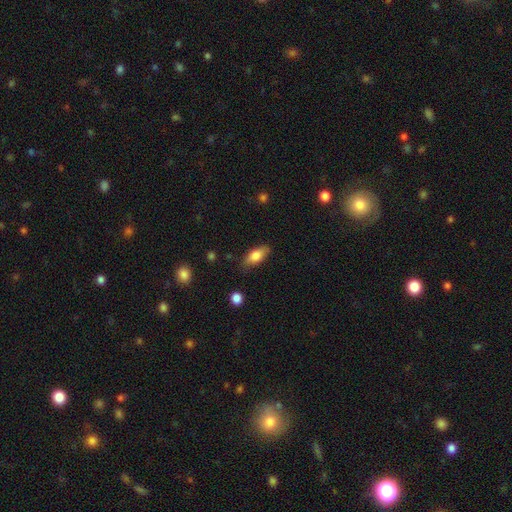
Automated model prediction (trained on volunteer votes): Smooth or featured? smooth (75%)
How rounded? in between (82%)
Merging? none (79%)